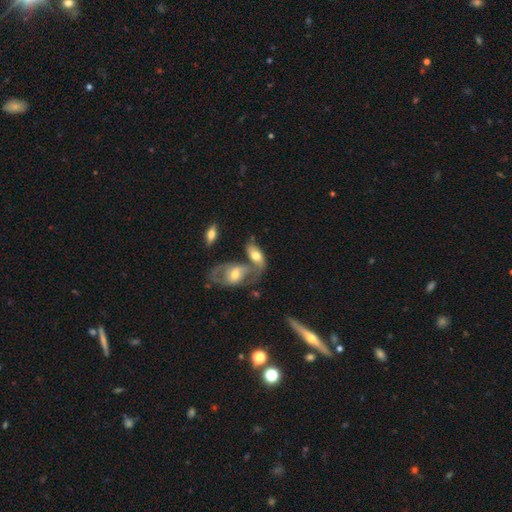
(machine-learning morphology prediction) smooth_or_featured: smooth (p=0.57) [alt: featured or disk p=0.36]
how_rounded: in between (p=0.89) [alt: cigar-shaped p=0.05]
merging: merger (p=0.51) [alt: none p=0.27]